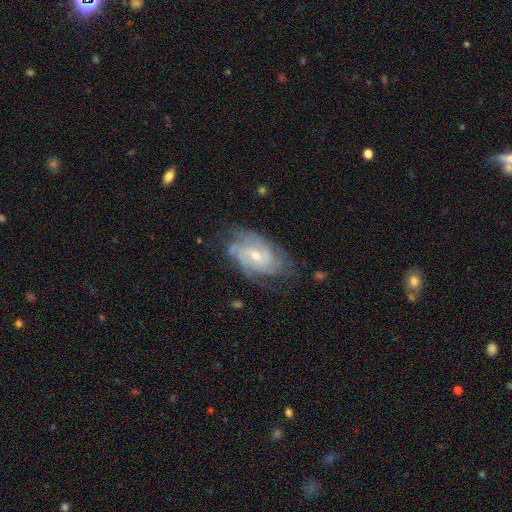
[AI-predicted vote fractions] A featured or disk galaxy (84%) with a weak bar (48%), 2 (32%) tight (53%) spiral arms (95%) and a small central bulge (52%).

Vote fractions:
- Smooth or featured? featured or disk: 84% / smooth: 10% / star or artifact: 6%
- Edge-on disk? no: 96% / yes: 4%
- Bar? weak: 48% / no: 42% / strong: 10%
- Spiral arms? yes: 95% / no: 5%
- Spiral winding? tight: 53% / medium: 38% / loose: 9%
- Spiral arm count? 2: 32% / can't tell: 27% / 3: 24% / 4: 10% / 1: 4% / more than 4: 4%
- Bulge size? small: 52% / moderate: 43% / none: 2% / large: 2% / dominant: 1%
- Merging? none: 66% / minor disturbance: 22% / major disturbance: 10% / merger: 2%